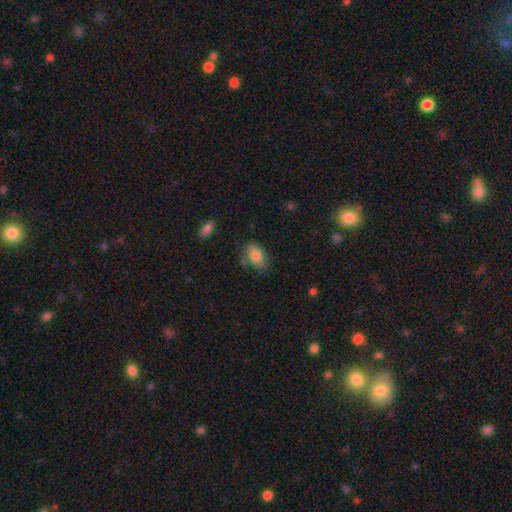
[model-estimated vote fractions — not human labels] smooth_or_featured: smooth (p=0.80) [alt: featured or disk p=0.13]
how_rounded: in between (p=0.86) [alt: round p=0.13]
merging: none (p=0.68) [alt: minor disturbance p=0.22]